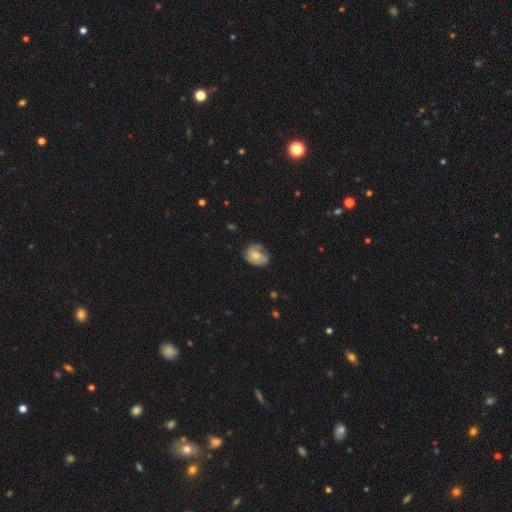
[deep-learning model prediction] smooth 51%, featured or disk 41%, star or artifact 8%. Down the decision tree: how rounded — in between (62%); merging — none (47%).